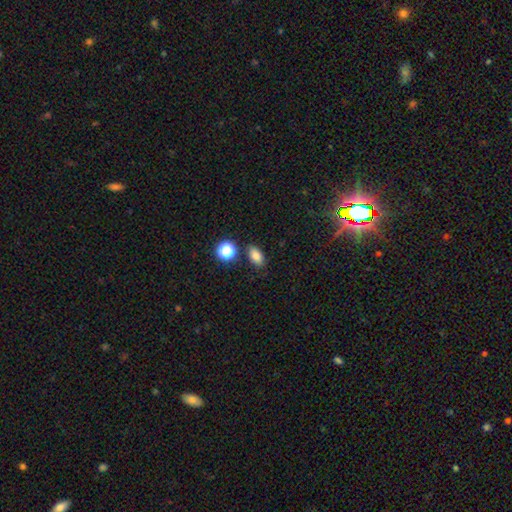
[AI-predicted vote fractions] smooth 80%, star or artifact 13%, featured or disk 7%. Down the decision tree: how rounded — in between (84%); merging — none (81%).